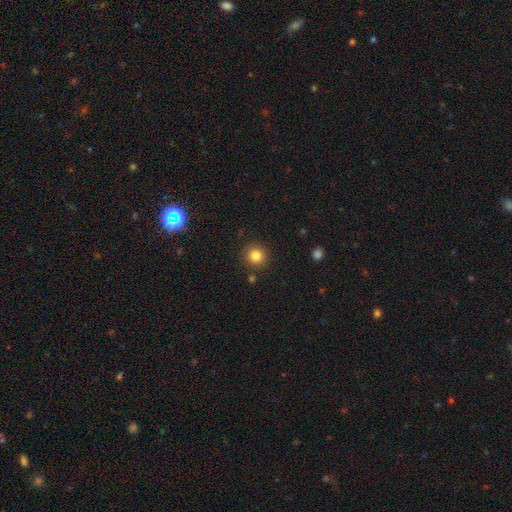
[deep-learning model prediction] Smooth or featured?
  - smooth: 83% *
  - star or artifact: 12%
  - featured or disk: 5%
How rounded?
  - round: 94% *
  - in between: 5%
  - cigar-shaped: 1%
Merging?
  - none: 89% *
  - minor disturbance: 7%
  - merger: 2%
  - major disturbance: 2%